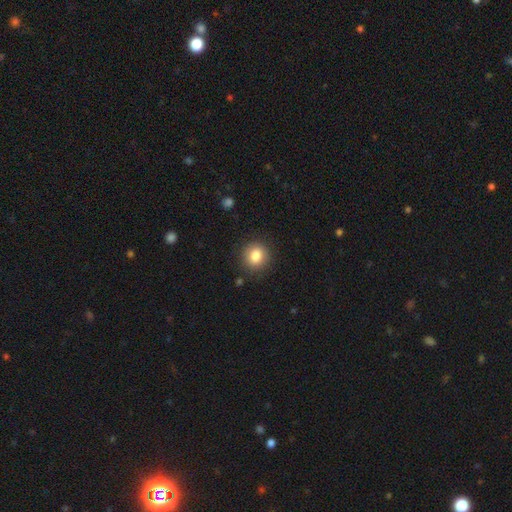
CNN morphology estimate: This is clearly a smooth galaxy (84%). How rounded: likely round (79%). Merging: clearly none (87%).